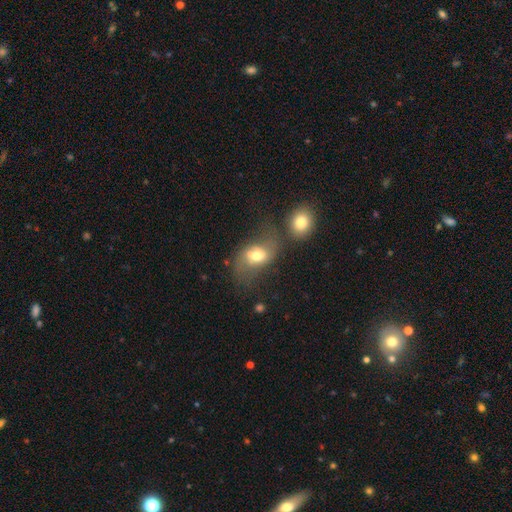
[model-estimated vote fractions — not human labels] This is possibly a smooth galaxy (51%). How rounded: likely in between (73%). Merging: marginally none (34%).